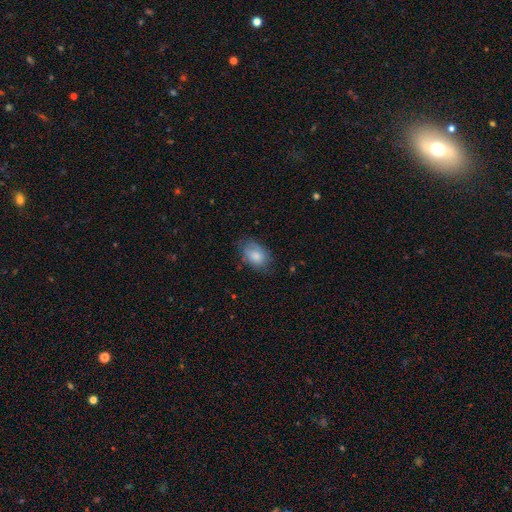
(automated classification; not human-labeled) This is clearly a smooth galaxy (80%). How rounded: clearly in between (85%). Merging: likely none (67%).